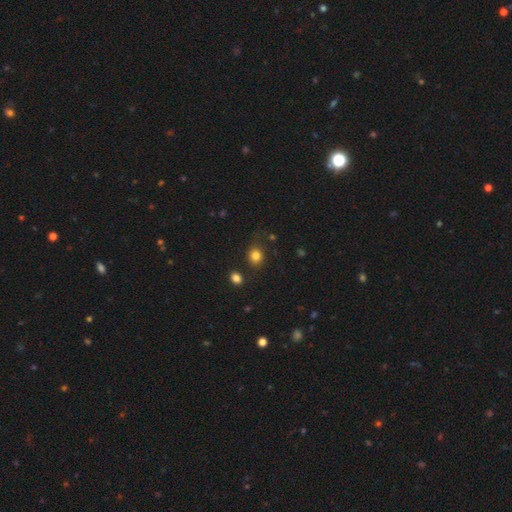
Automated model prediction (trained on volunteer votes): This is clearly a smooth galaxy (83%). How rounded: likely round (68%). Merging: clearly none (80%).